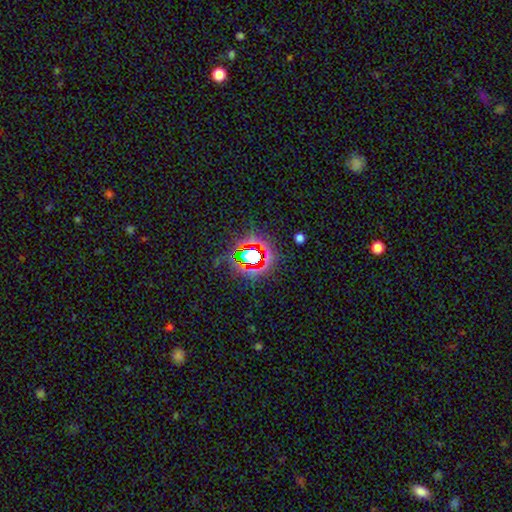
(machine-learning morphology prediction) This appears to be a star or artifact, not a galaxy (67%).